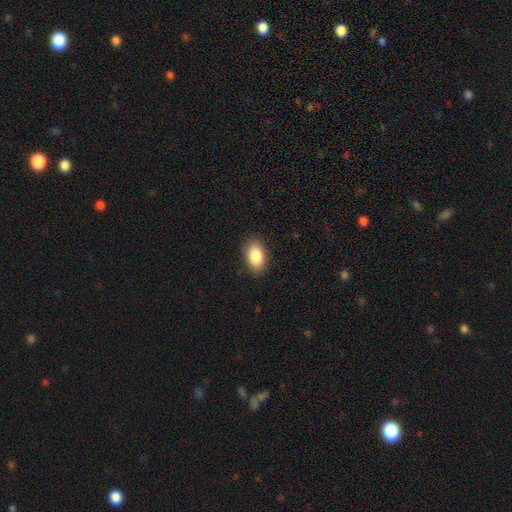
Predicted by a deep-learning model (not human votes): This appears to be a smooth galaxy with no disk features (88%) that is in between round and cigar-shaped (92%). Merging: none (87%).